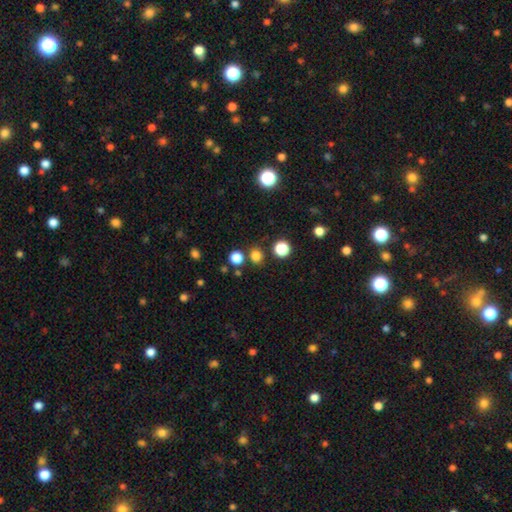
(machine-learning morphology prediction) type=smooth (78%); roundness=round (87%); merging=none (82%).